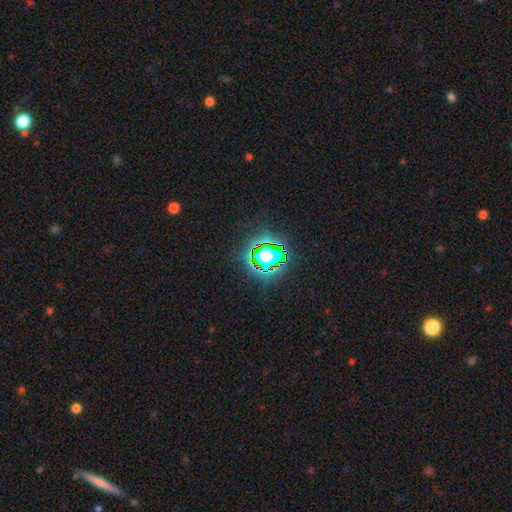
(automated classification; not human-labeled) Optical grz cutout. It shows a star or artifact, not a galaxy (79%).